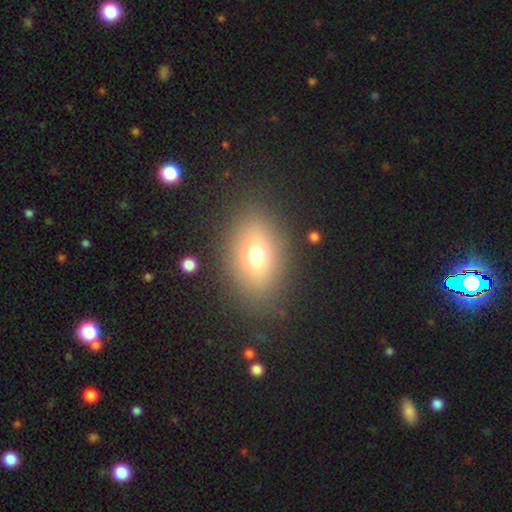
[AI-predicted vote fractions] smooth 70%, featured or disk 17%, star or artifact 13%. Down the decision tree: how rounded — in between (77%); merging — none (84%).